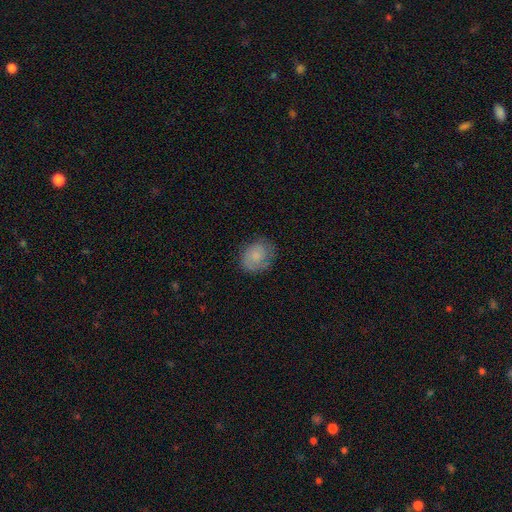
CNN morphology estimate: smooth_or_featured: smooth (p=0.70) [alt: featured or disk p=0.23]
how_rounded: round (p=0.51) [alt: in between p=0.48]
merging: none (p=0.73) [alt: minor disturbance p=0.20]